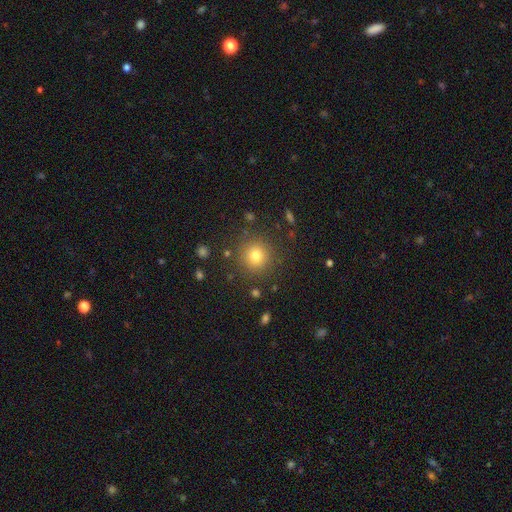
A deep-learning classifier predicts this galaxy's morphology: A smooth galaxy with no disk features (77%) that is round (93%).

Vote fractions:
- Smooth or featured? smooth: 77% / star or artifact: 14% / featured or disk: 8%
- How rounded? round: 93% / in between: 6% / cigar-shaped: 1%
- Merging? none: 87% / minor disturbance: 7% / major disturbance: 3% / merger: 2%